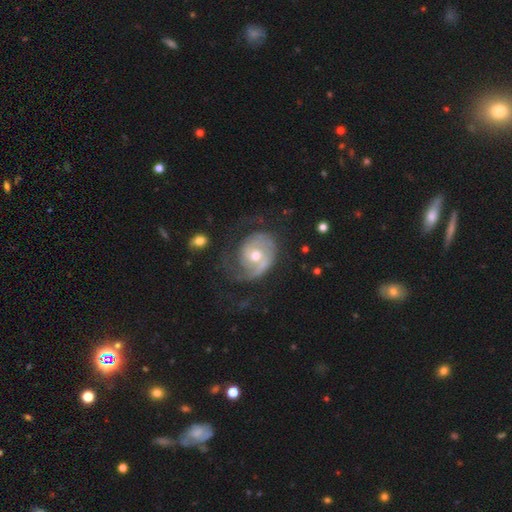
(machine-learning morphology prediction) featured or disk 82%, smooth 13%, star or artifact 5%. Down the decision tree: edge-on disk — no (97%); bar — no (69%); spiral arms — yes (91%); spiral arm count — 1 (36%); spiral winding — tight (54%); bulge size — moderate (73%); merging — none (52%).